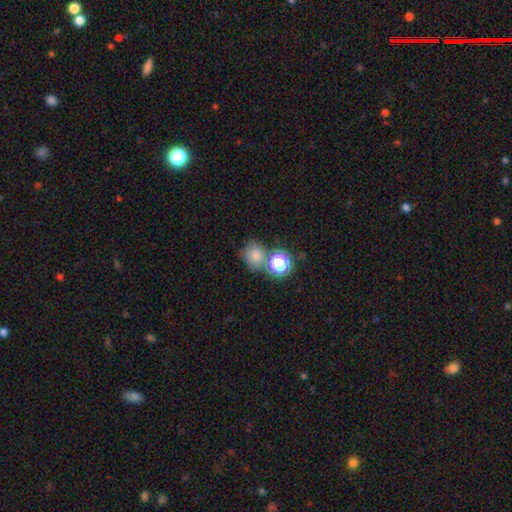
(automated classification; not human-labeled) A smooth galaxy with no disk features (73%) that is round (73%).

Vote fractions:
- Smooth or featured? smooth: 73% / star or artifact: 19% / featured or disk: 8%
- How rounded? round: 73% / in between: 26% / cigar-shaped: 1%
- Merging? none: 59% / merger: 23% / minor disturbance: 13% / major disturbance: 6%